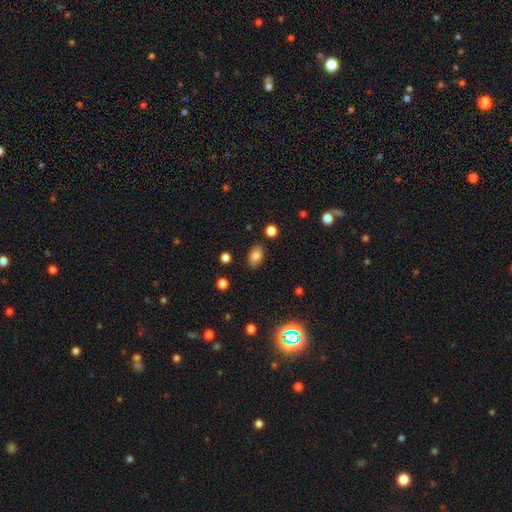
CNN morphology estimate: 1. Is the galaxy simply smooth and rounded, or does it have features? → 82% smooth, 10% star or artifact, 8% featured or disk.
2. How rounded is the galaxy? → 88% in between, 10% round, 2% cigar-shaped.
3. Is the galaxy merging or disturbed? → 85% none, 10% minor disturbance, 3% major disturbance, 2% merger.